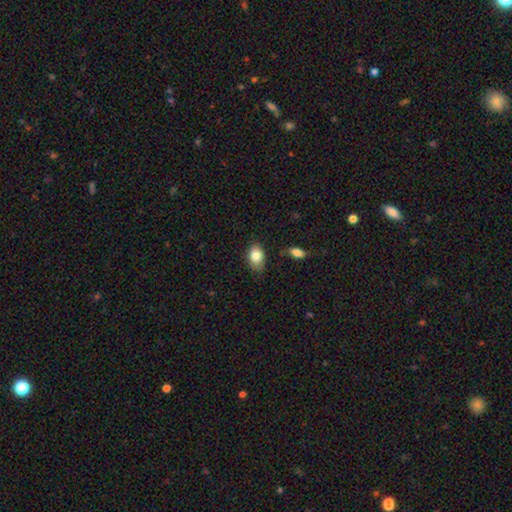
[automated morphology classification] smooth_or_featured: smooth (p=0.84) [alt: star or artifact p=0.08]
how_rounded: in between (p=0.83) [alt: round p=0.16]
merging: none (p=0.73) [alt: minor disturbance p=0.21]